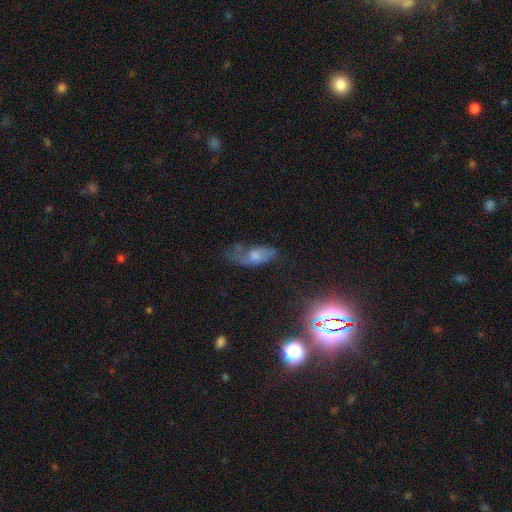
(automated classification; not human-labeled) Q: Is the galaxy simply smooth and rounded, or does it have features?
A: featured or disk — 40%.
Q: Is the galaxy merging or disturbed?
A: none — 42%.